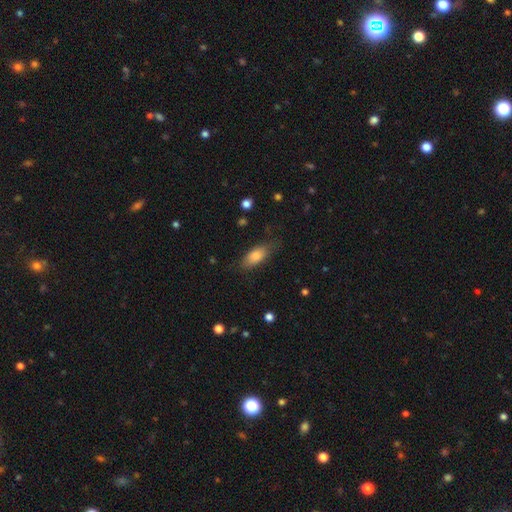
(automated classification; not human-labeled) Smooth or featured?
  - smooth: 81% *
  - featured or disk: 12%
  - star or artifact: 7%
How rounded?
  - in between: 80% *
  - cigar-shaped: 17%
  - round: 3%
Merging?
  - none: 72% *
  - minor disturbance: 20%
  - major disturbance: 6%
  - merger: 1%